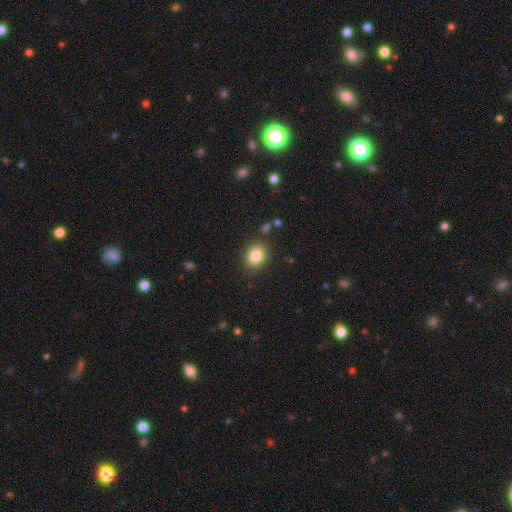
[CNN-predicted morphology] smooth_or_featured: smooth (p=0.83) [alt: star or artifact p=0.10]
how_rounded: round (p=0.52) [alt: in between p=0.47]
merging: none (p=0.85) [alt: minor disturbance p=0.09]